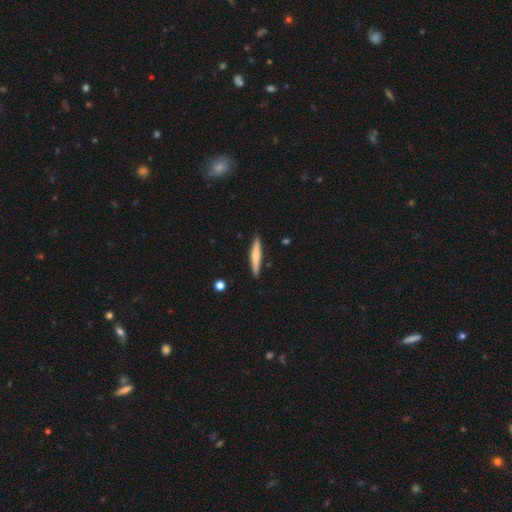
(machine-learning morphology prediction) Overall: smooth (61%; featured or disk 33%). How rounded: cigar-shaped (92%). Merging: none (89%).